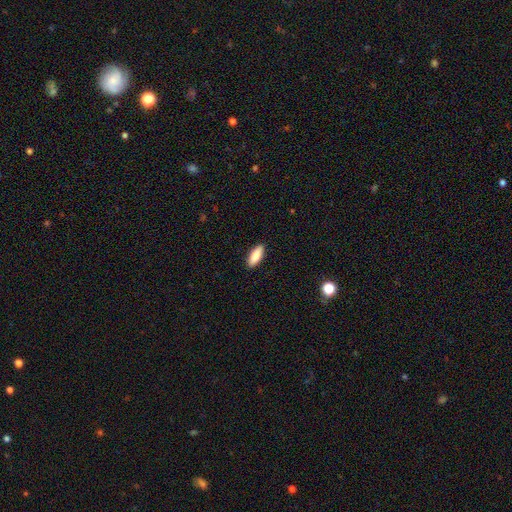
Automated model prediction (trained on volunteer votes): This is clearly a smooth galaxy (86%). How rounded: likely in between (67%). Merging: clearly none (90%).